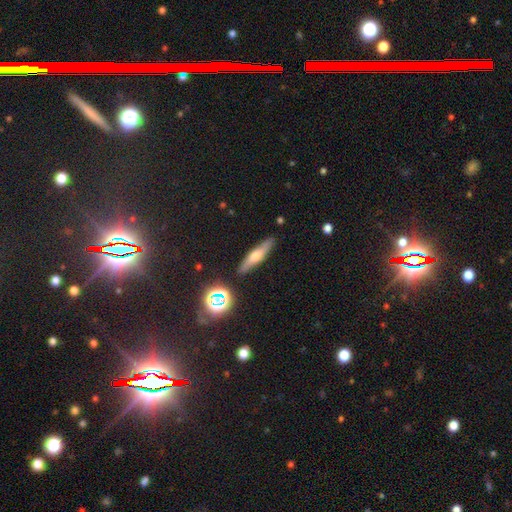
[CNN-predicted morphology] This is possibly a featured or disk galaxy (46%). Merging: clearly none (88%).